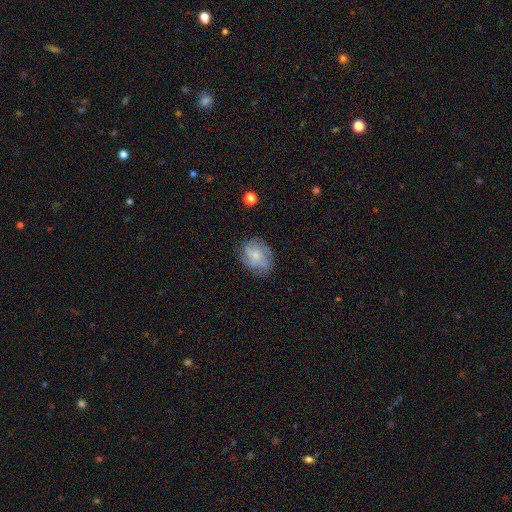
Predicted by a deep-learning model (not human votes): Smooth or featured? Predicted: featured or disk (p=0.57). Edge-on disk? Predicted: no (p=0.97). Bar? Predicted: no (p=0.72). Spiral arms? Predicted: yes (p=0.84). Bulge size? Predicted: small (p=0.66). Merging? Predicted: none (p=0.70).